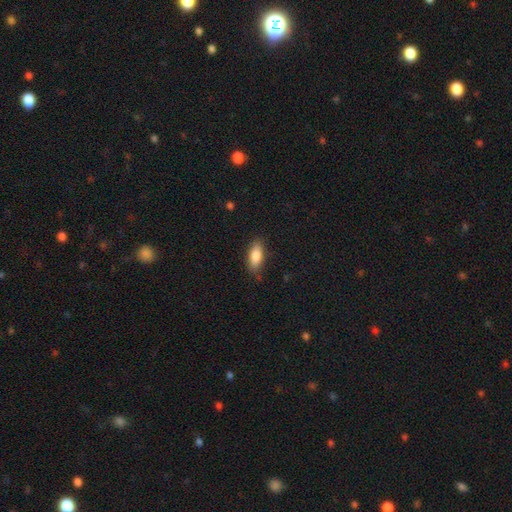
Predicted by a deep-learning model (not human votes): smooth 84%, featured or disk 9%, star or artifact 7%. Down the decision tree: how rounded — in between (79%); merging — none (82%).